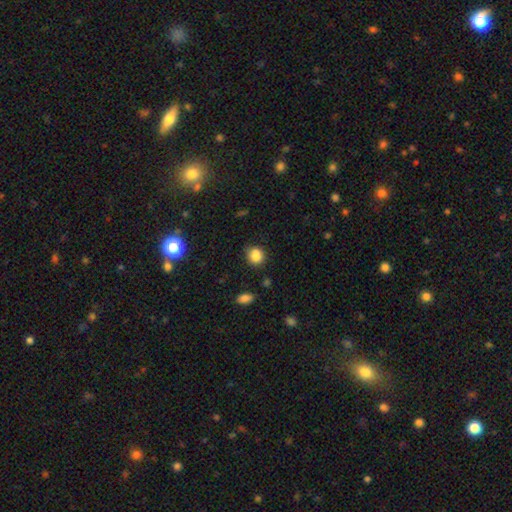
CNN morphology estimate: smooth 83%, star or artifact 11%, featured or disk 6%. Down the decision tree: how rounded — round (73%); merging — none (71%).